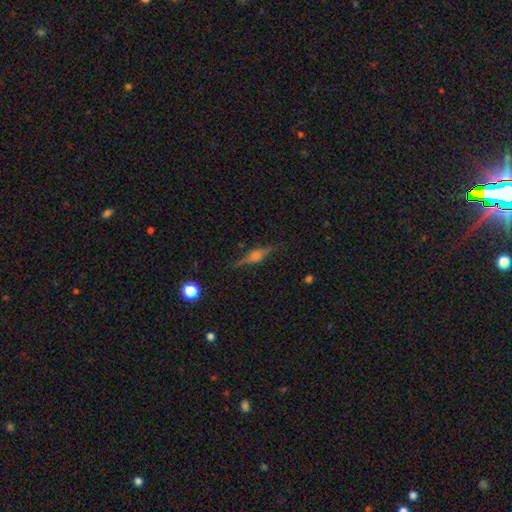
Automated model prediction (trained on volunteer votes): Q: Smooth or featured?
A: featured or disk (75%); runner-up: smooth (16%)
Q: Edge-on disk?
A: yes (97%); runner-up: no (3%)
Q: Edge-on bulge?
A: rounded (85%); runner-up: boxy (12%)
Q: Merging?
A: none (85%); runner-up: minor disturbance (10%)